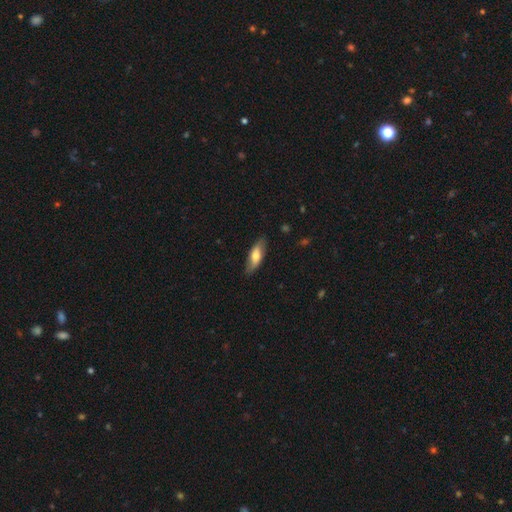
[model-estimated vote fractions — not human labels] Q: Smooth or featured?
A: smooth (66%); runner-up: featured or disk (29%)
Q: How rounded?
A: in between (66%); runner-up: cigar-shaped (32%)
Q: Merging?
A: none (82%); runner-up: minor disturbance (14%)